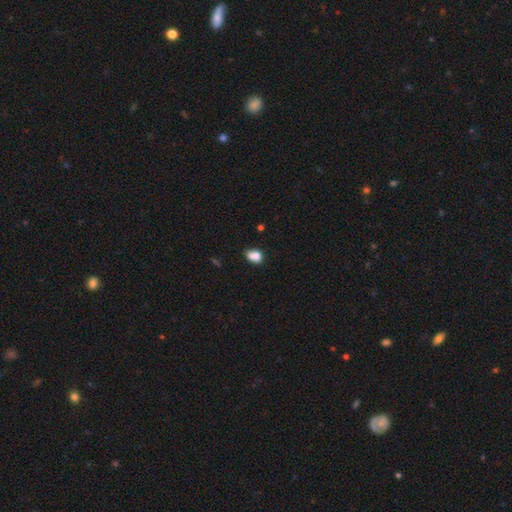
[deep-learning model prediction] This is clearly a smooth galaxy (80%). How rounded: likely in between (65%). Merging: possibly none (45%).